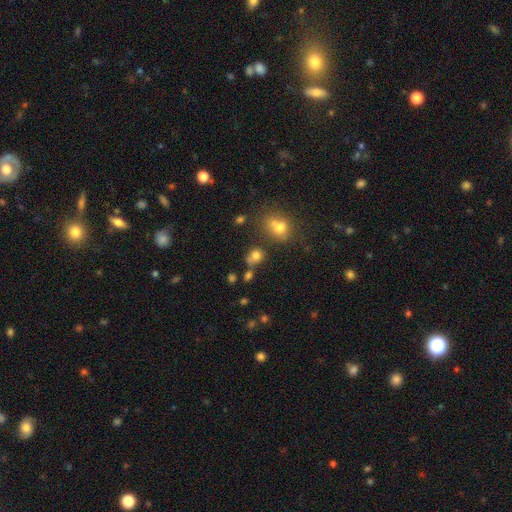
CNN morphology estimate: Smooth or featured?
  - smooth: 74% *
  - star or artifact: 16%
  - featured or disk: 10%
How rounded?
  - round: 73% *
  - in between: 25%
  - cigar-shaped: 1%
Merging?
  - none: 53% *
  - merger: 27%
  - minor disturbance: 14%
  - major disturbance: 7%